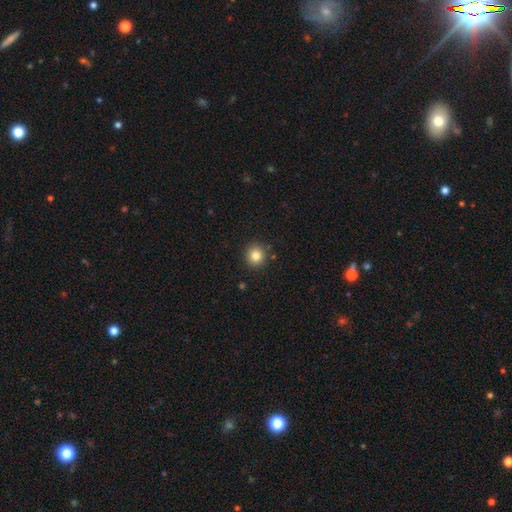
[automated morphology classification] Smooth or featured: smooth — 82% (star or artifact — 12%)
How rounded: round — 90% (in between — 9%)
Merging: none — 89% (minor disturbance — 7%)